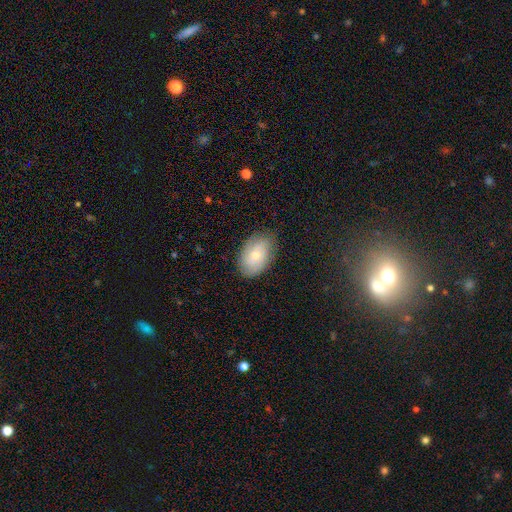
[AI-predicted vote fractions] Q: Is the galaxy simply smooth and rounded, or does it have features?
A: smooth — 55%.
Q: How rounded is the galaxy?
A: in between — 88%.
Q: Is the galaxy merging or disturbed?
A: none — 80%.